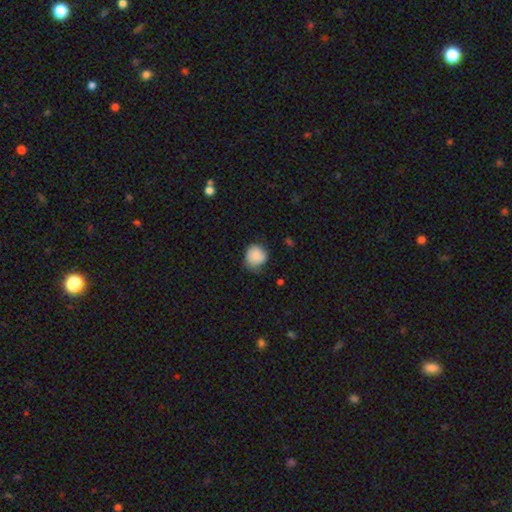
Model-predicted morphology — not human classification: A smooth galaxy with no disk features (78%) that is round (81%). Merging: none (61%).